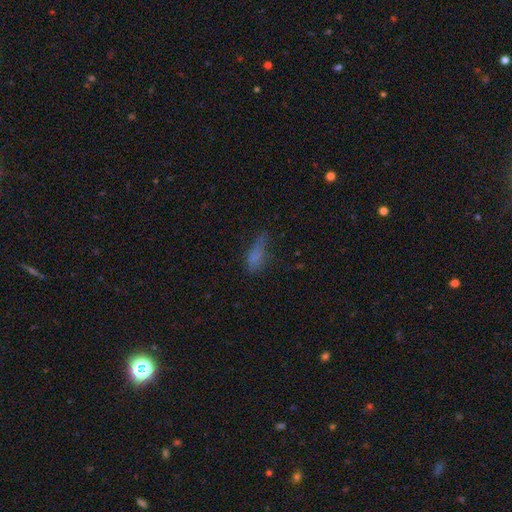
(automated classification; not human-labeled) This is likely a smooth galaxy (67%). How rounded: likely in between (64%). Merging: marginally none (41%).